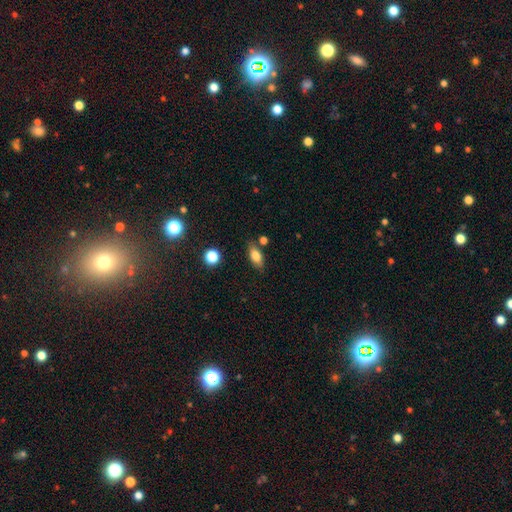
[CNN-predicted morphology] smooth 79%, featured or disk 13%, star or artifact 8%. Down the decision tree: how rounded — in between (83%); merging — none (77%).